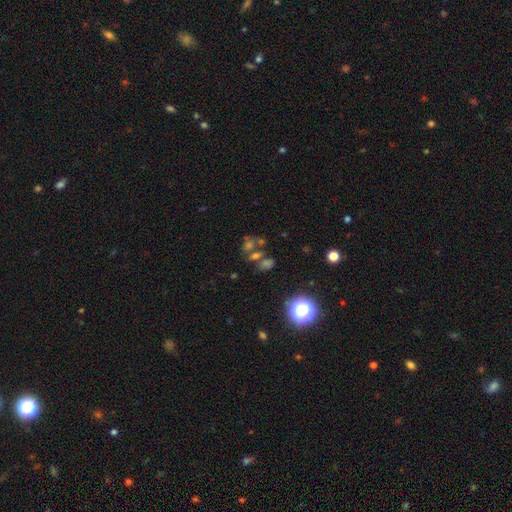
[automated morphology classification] This is possibly a star or artifact rather than a galaxy (49%).